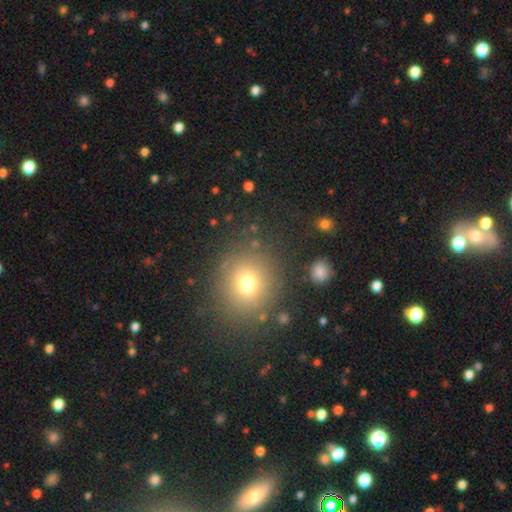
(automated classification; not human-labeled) Q: Smooth or featured?
A: smooth (62%); runner-up: star or artifact (28%)
Q: How rounded?
A: round (82%); runner-up: in between (17%)
Q: Merging?
A: none (87%); runner-up: minor disturbance (7%)